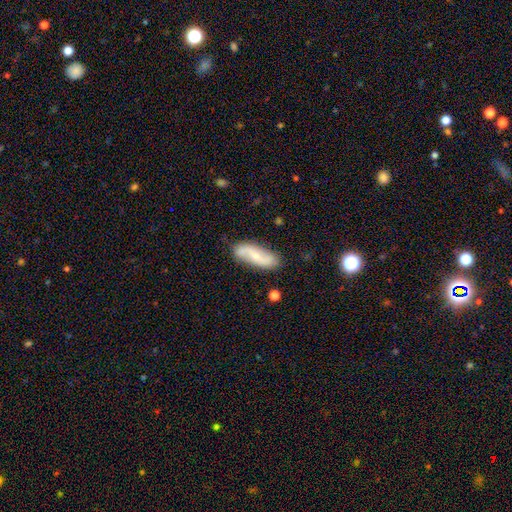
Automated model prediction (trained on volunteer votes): Overall: featured or disk (62%; smooth 32%). Edge-on disk: no (88%). Bar: no (53%; weak 33%). Spiral arms: yes (90%). Bulge size: small (64%; moderate 28%). Merging: none (82%).